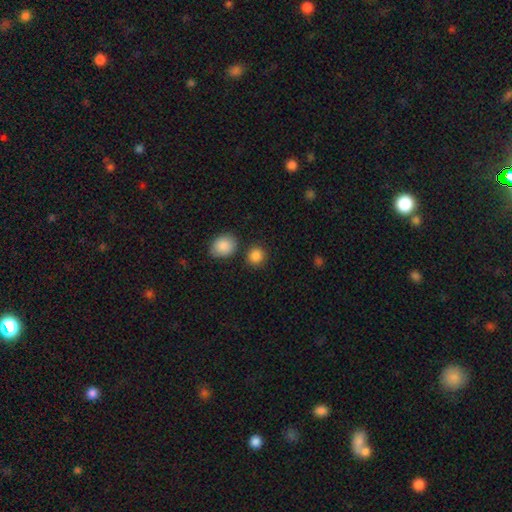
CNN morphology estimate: A smooth galaxy with no disk features (87%) that is round (85%). Merging: none (80%).